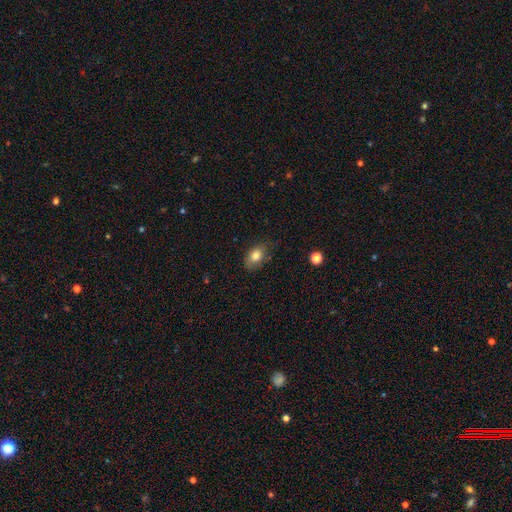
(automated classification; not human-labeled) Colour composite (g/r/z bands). It shows a smooth galaxy with no disk features (81%) that is in between round and cigar-shaped (81%). Merging: none (71%).